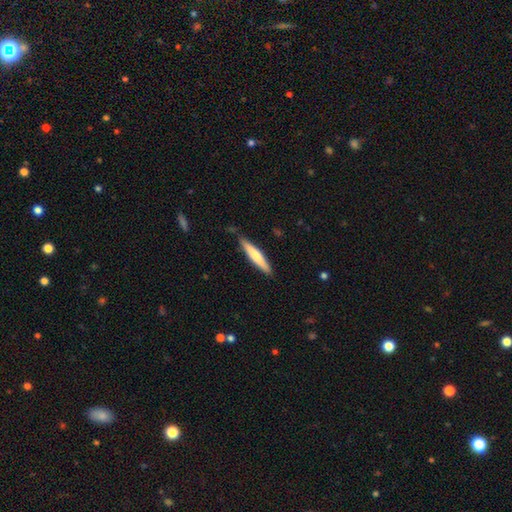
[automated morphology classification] smooth-or-featured: smooth: 62% | featured or disk: 33% | star or artifact: 5%
  how-rounded: cigar-shaped: 90% | in between: 8% | round: 1%
  merging: none: 84% | minor disturbance: 12% | major disturbance: 2% | merger: 2%